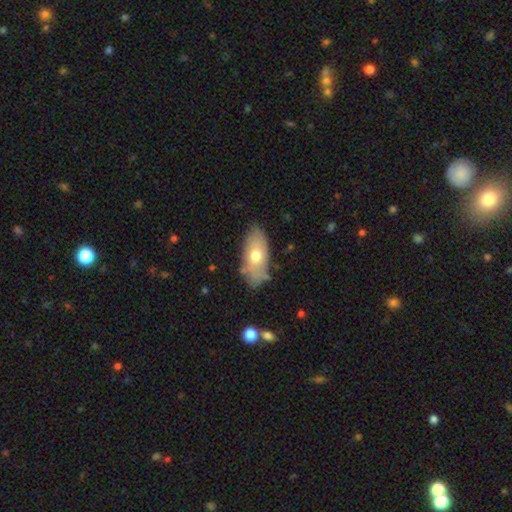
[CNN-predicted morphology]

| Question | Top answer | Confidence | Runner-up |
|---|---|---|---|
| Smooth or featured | smooth | 65% | featured or disk (28%) |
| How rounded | in between | 89% | cigar-shaped (7%) |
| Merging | none | 75% | minor disturbance (18%) |